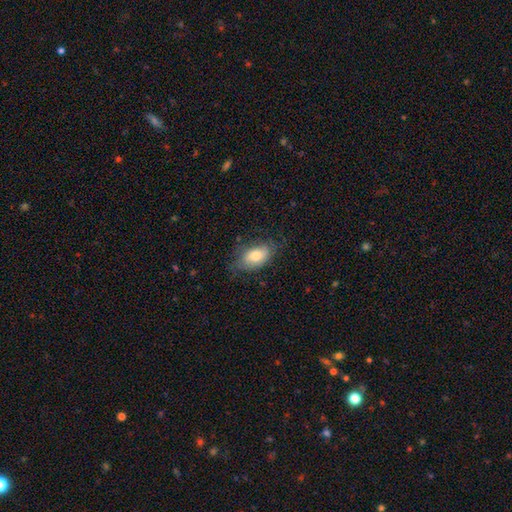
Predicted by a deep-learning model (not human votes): This appears to be a smooth galaxy with no disk features (71%) that is in between round and cigar-shaped (91%). Merging: none (66%).